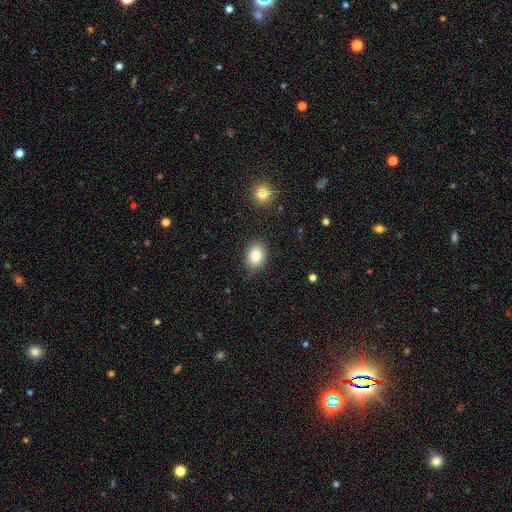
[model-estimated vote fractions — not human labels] Smooth or featured?
  - smooth: 84% *
  - star or artifact: 9%
  - featured or disk: 7%
How rounded?
  - in between: 63% *
  - round: 36%
  - cigar-shaped: 1%
Merging?
  - none: 79% *
  - minor disturbance: 16%
  - major disturbance: 3%
  - merger: 2%